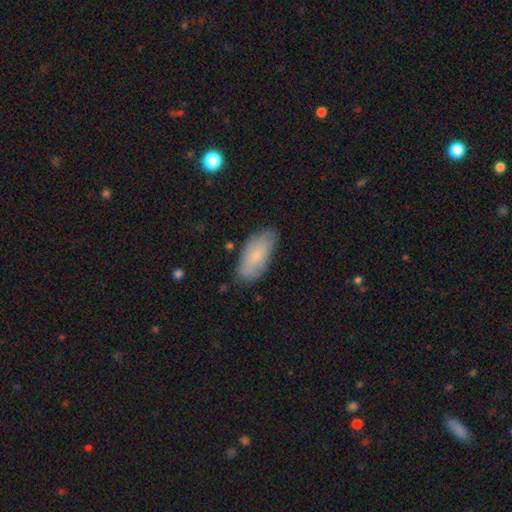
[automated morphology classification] This is likely a smooth galaxy (69%). How rounded: clearly in between (87%). Merging: likely none (74%).